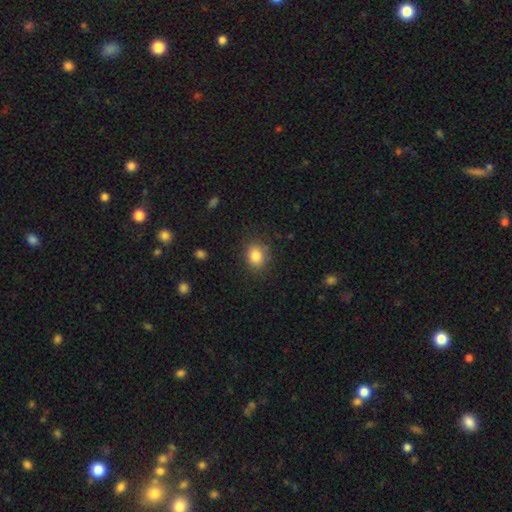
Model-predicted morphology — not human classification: This is clearly a smooth galaxy (84%). How rounded: possibly round (58%). Merging: clearly none (84%).